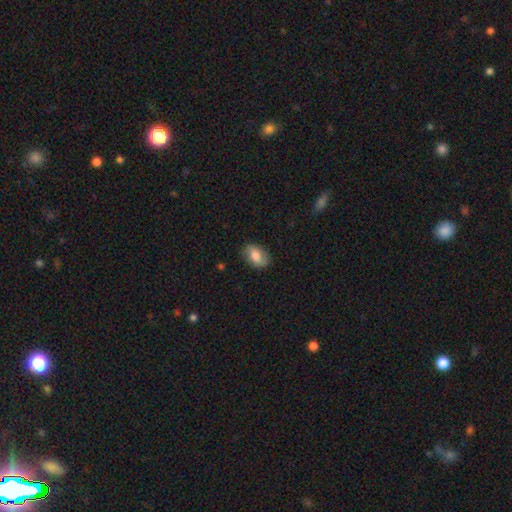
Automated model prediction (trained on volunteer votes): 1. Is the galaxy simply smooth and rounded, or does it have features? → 69% smooth, 24% featured or disk, 7% star or artifact.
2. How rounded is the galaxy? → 85% in between, 13% round, 2% cigar-shaped.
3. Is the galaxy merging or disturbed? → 83% none, 13% minor disturbance, 3% major disturbance, 1% merger.